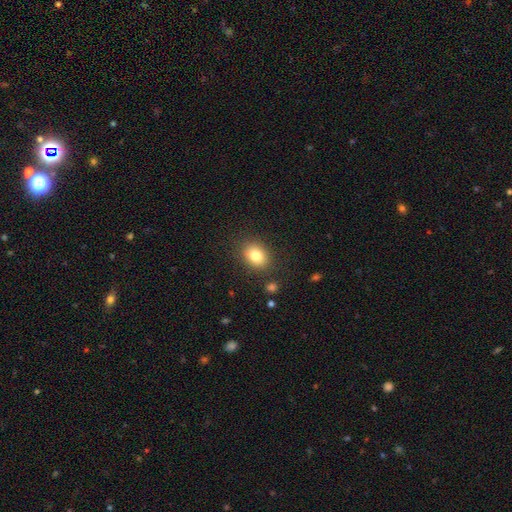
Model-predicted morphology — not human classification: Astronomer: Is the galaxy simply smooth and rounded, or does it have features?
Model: smooth — 81%.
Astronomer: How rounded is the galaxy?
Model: in between — 52% (runner-up: round, 47%).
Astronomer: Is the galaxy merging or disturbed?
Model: none — 84%.